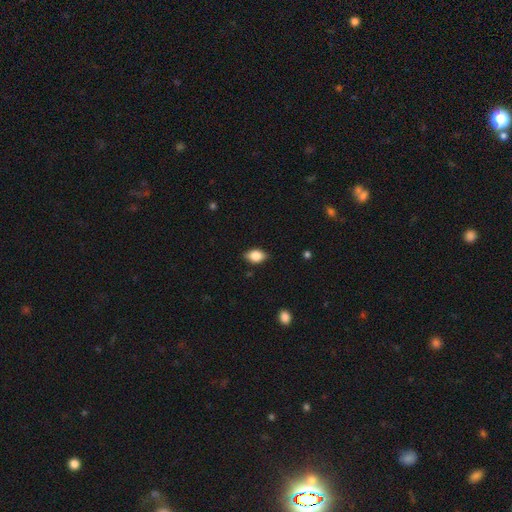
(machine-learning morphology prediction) smooth-or-featured: smooth: 83% | featured or disk: 10% | star or artifact: 8%
  how-rounded: in between: 86% | round: 11% | cigar-shaped: 3%
  merging: none: 83% | minor disturbance: 14% | major disturbance: 2% | merger: 1%